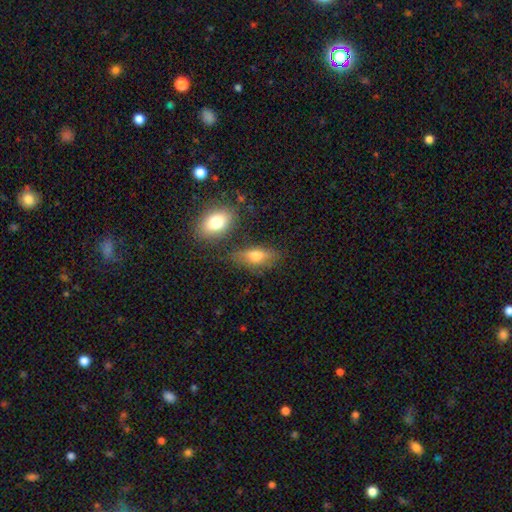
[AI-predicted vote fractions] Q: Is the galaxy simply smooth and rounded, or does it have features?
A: smooth — 70%.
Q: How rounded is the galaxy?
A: in between — 78%.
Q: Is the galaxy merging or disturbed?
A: none — 70%.